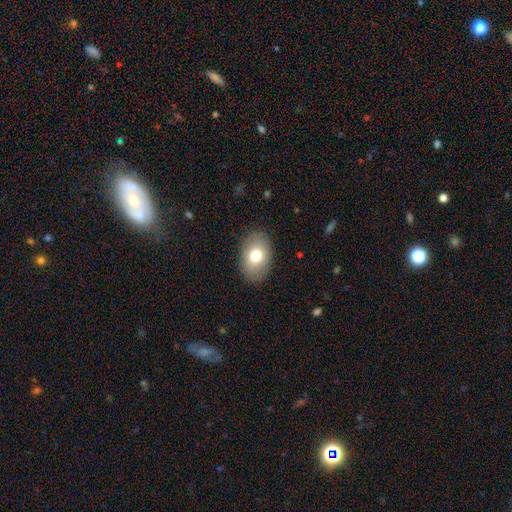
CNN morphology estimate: Q: Smooth or featured?
A: smooth (76%); runner-up: featured or disk (16%)
Q: How rounded?
A: in between (85%); runner-up: round (14%)
Q: Merging?
A: none (87%); runner-up: minor disturbance (9%)